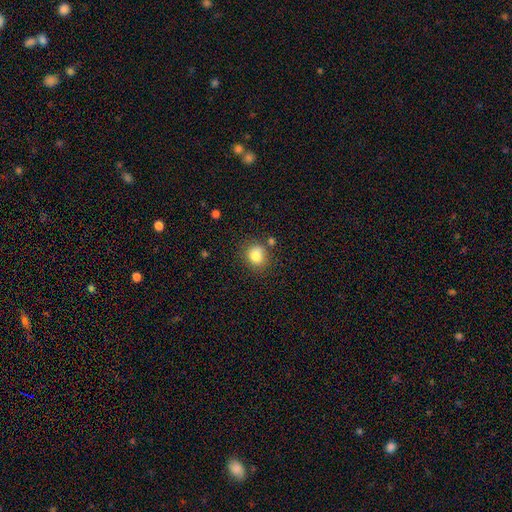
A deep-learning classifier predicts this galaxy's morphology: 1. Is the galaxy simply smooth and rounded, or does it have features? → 80% smooth, 11% star or artifact, 9% featured or disk.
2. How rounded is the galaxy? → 79% round, 20% in between, 1% cigar-shaped.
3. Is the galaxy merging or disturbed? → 72% none, 14% minor disturbance, 10% merger, 4% major disturbance.